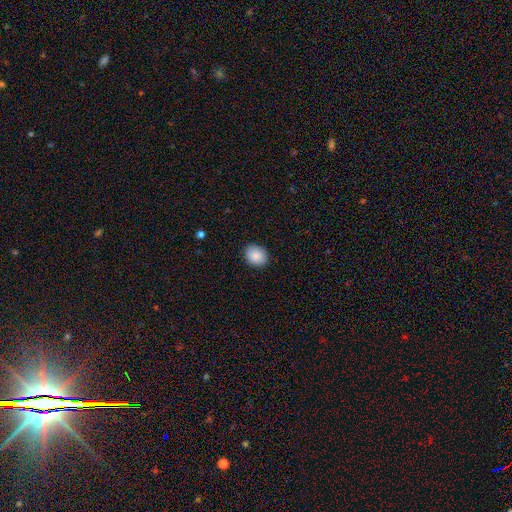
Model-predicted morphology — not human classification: The model was most divided on "how rounded": in between: 54%, round: 45%, cigar-shaped: 1%. More confident: merging — none (89%); smooth or featured — smooth (89%).